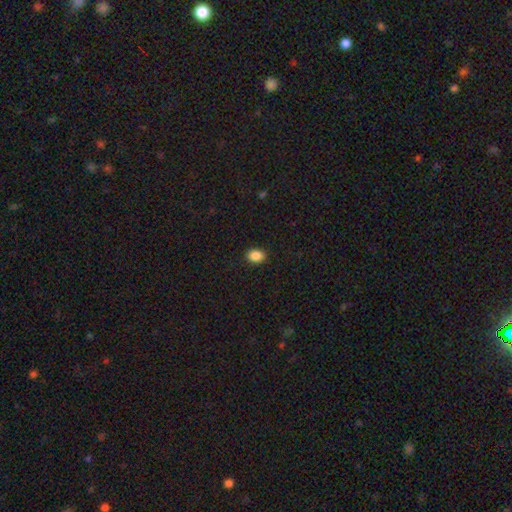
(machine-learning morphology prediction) Smooth or featured? smooth (88%)
How rounded? in between (66%)
Merging? none (90%)